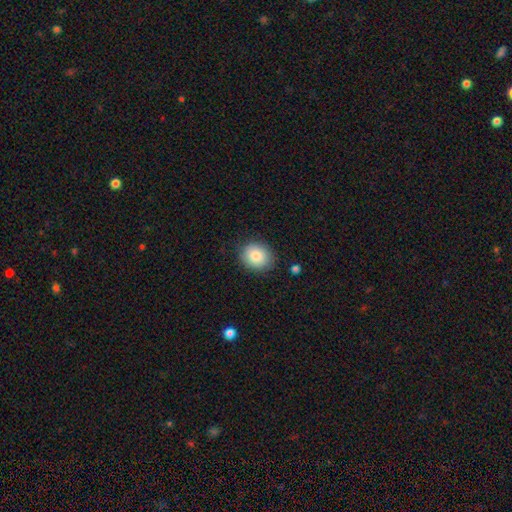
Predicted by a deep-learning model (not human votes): This is clearly a smooth galaxy (85%). How rounded: likely round (67%). Merging: clearly none (85%).